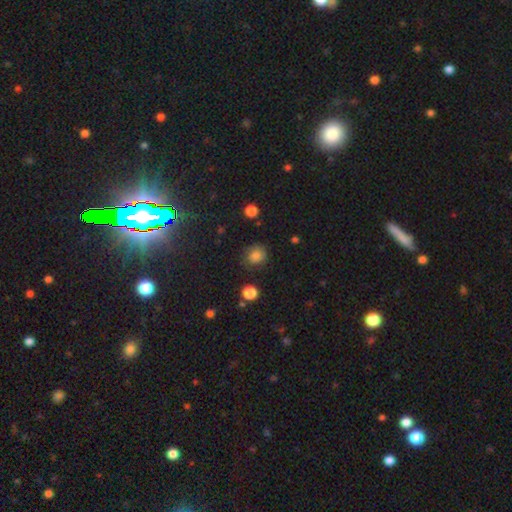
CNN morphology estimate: Smooth or featured: smooth — 82% (star or artifact — 12%)
How rounded: round — 78% (in between — 21%)
Merging: none — 74% (minor disturbance — 18%)